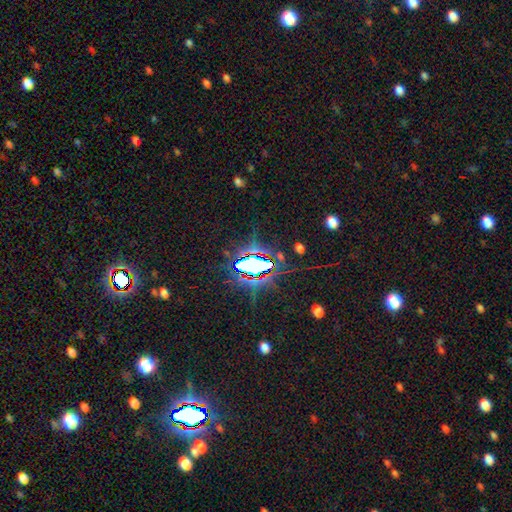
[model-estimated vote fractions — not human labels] Smooth or featured: star or artifact — 81% (smooth — 10%)